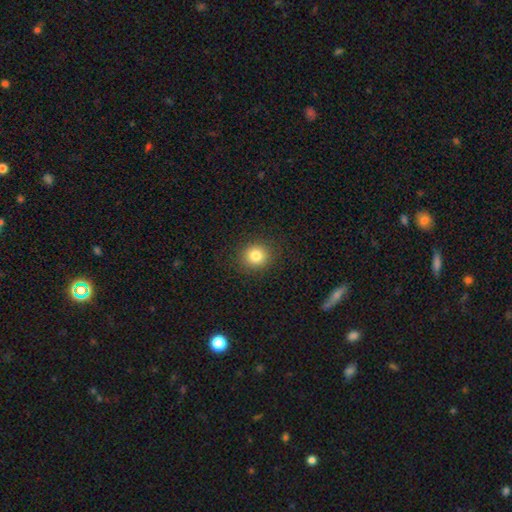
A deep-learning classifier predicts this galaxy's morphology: A smooth galaxy with no disk features (81%) that is round (86%).

Vote fractions:
- Smooth or featured? smooth: 81% / star or artifact: 12% / featured or disk: 7%
- How rounded? round: 86% / in between: 13% / cigar-shaped: 1%
- Merging? none: 89% / minor disturbance: 7% / major disturbance: 3% / merger: 1%